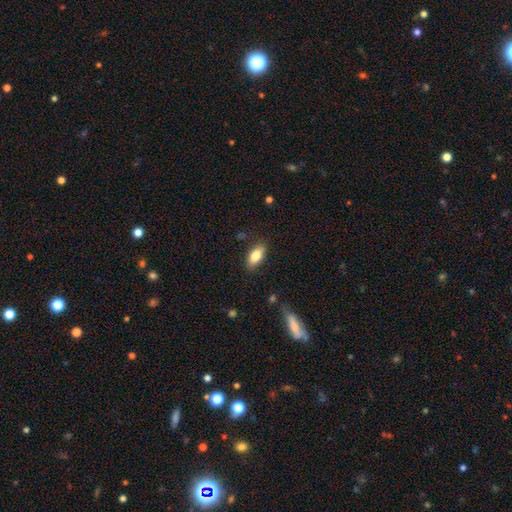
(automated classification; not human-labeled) smooth-or-featured: smooth: 83% | featured or disk: 10% | star or artifact: 7%
  how-rounded: in between: 88% | cigar-shaped: 8% | round: 3%
  merging: none: 83% | minor disturbance: 12% | major disturbance: 3% | merger: 2%